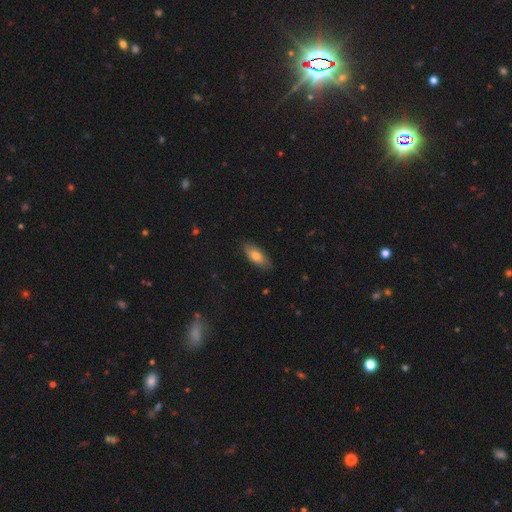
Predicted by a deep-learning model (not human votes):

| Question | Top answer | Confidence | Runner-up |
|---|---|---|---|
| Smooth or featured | smooth | 75% | featured or disk (19%) |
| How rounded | in between | 79% | cigar-shaped (18%) |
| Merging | none | 85% | minor disturbance (12%) |